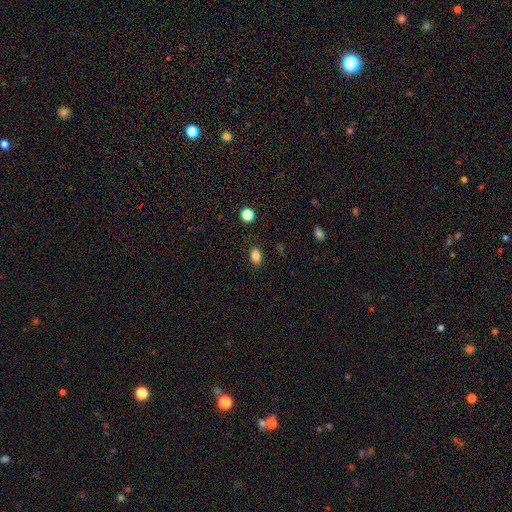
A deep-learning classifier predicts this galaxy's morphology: Q: Smooth or featured?
A: smooth (84%); runner-up: star or artifact (11%)
Q: How rounded?
A: in between (80%); runner-up: round (19%)
Q: Merging?
A: none (85%); runner-up: minor disturbance (11%)